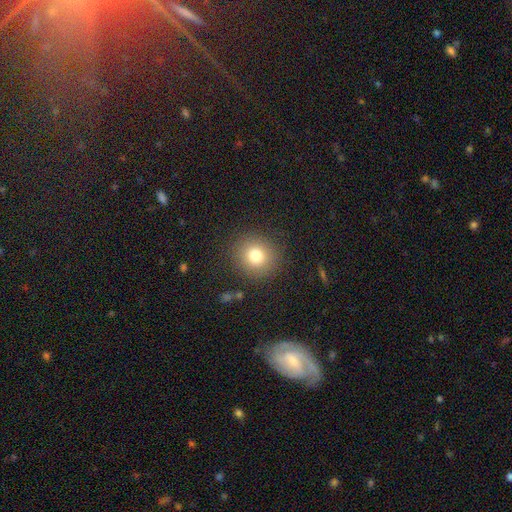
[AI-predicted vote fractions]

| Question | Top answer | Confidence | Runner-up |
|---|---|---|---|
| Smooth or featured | smooth | 78% | star or artifact (13%) |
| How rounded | round | 91% | in between (8%) |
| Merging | none | 88% | minor disturbance (7%) |